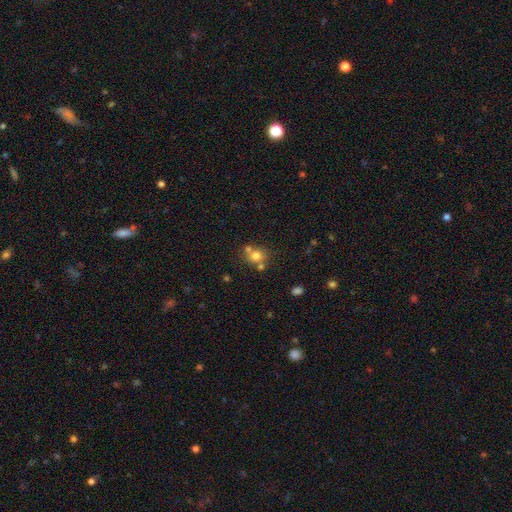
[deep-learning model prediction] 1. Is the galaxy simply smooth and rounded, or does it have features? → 73% smooth, 14% star or artifact, 13% featured or disk.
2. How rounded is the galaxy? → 78% round, 21% in between, 1% cigar-shaped.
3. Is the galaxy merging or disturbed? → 53% none, 33% merger, 10% minor disturbance, 4% major disturbance.